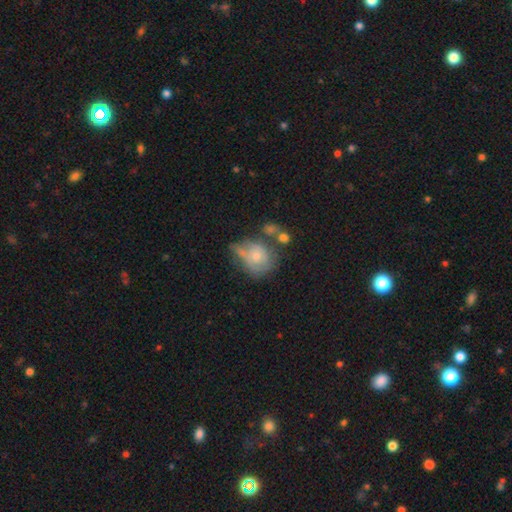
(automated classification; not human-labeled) Smooth or featured: smooth — 52% (featured or disk — 40%)
How rounded: round — 64% (in between — 35%)
Merging: none — 31% (minor disturbance — 26%)